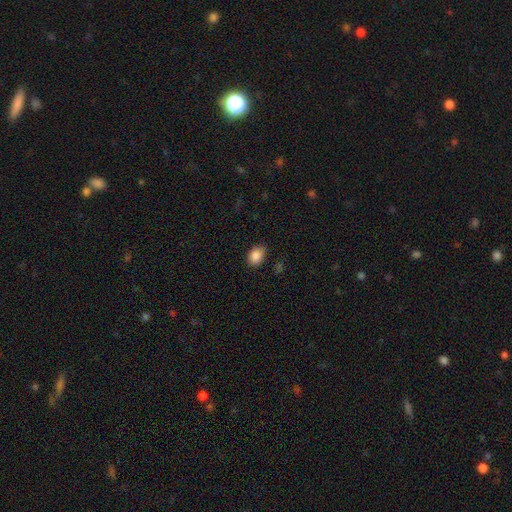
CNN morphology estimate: This is clearly a smooth galaxy (87%). How rounded: likely in between (75%). Merging: likely none (79%).